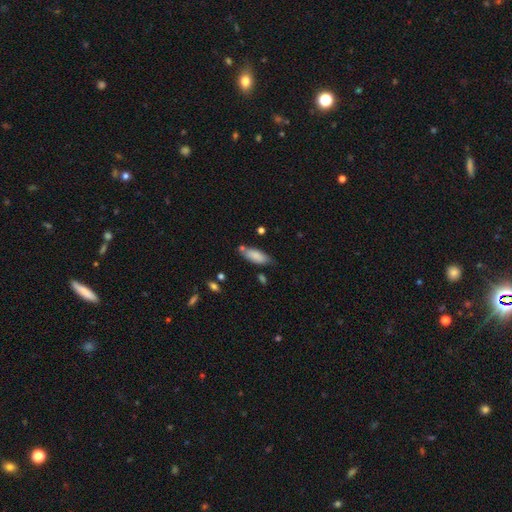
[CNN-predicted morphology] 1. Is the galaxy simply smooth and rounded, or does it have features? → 84% smooth, 9% featured or disk, 7% star or artifact.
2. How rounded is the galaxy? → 74% in between, 25% cigar-shaped, 2% round.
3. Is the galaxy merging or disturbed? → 67% none, 21% minor disturbance, 8% merger, 4% major disturbance.